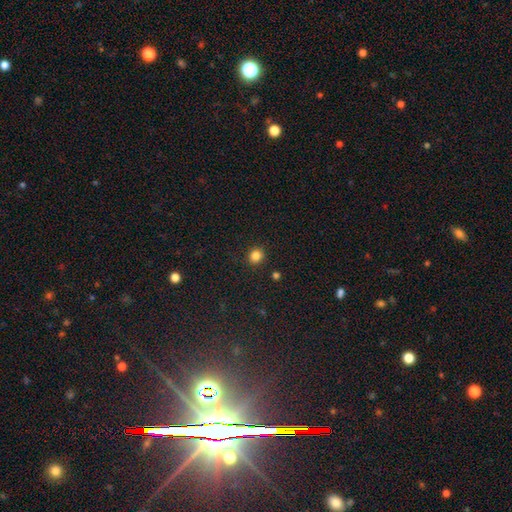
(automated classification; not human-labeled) The model was most divided on "how rounded": round: 81%, in between: 18%, cigar-shaped: 1%. More confident: merging — none (89%); smooth or featured — smooth (84%).